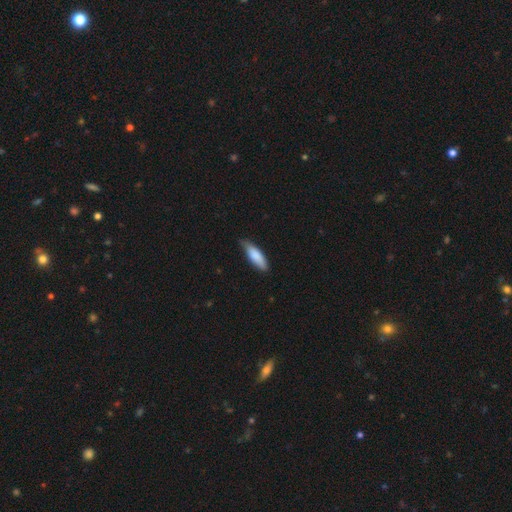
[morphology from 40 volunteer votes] Smooth or featured? 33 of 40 (82%) said smooth. How rounded? 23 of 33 (70%) said cigar-shaped. Merging? 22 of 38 (58%) said none.